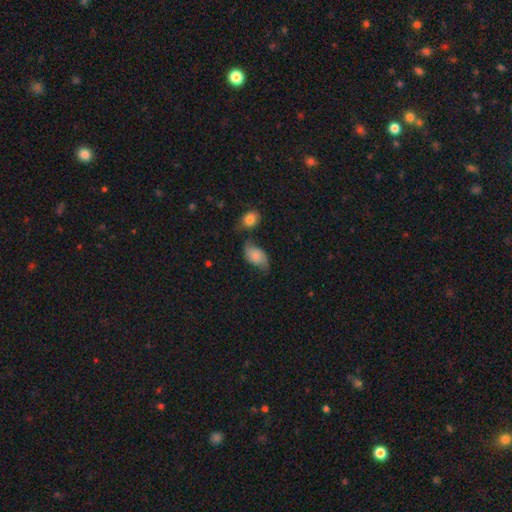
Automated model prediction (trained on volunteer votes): smooth-or-featured: smooth: 67% | featured or disk: 25% | star or artifact: 8%
  how-rounded: in between: 91% | round: 7% | cigar-shaped: 2%
  merging: none: 47% | minor disturbance: 30% | merger: 12% | major disturbance: 11%